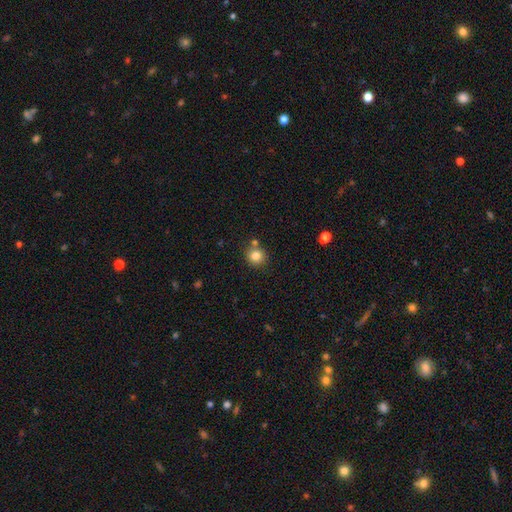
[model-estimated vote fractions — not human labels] This is clearly a smooth galaxy (82%). How rounded: clearly round (90%). Merging: likely none (75%).